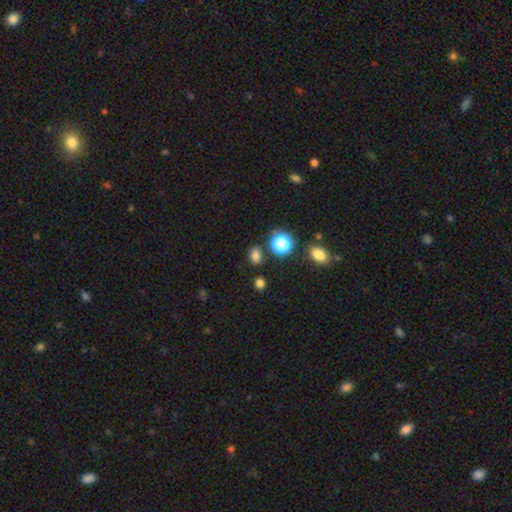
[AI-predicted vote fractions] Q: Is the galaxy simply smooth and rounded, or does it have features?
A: smooth — 73%.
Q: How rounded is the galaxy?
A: in between — 61%.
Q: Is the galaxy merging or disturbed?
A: none — 82%.